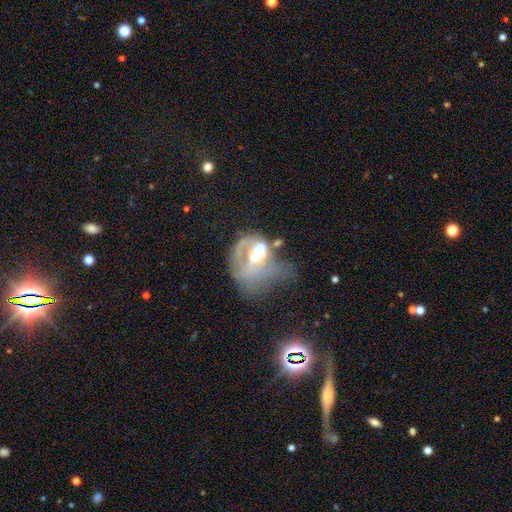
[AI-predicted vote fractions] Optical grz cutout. It shows a featured or disk galaxy (59%) with no bar (63%), no spiral arms (69%) and a moderate central bulge (63%). Merging: major disturbance (40%).